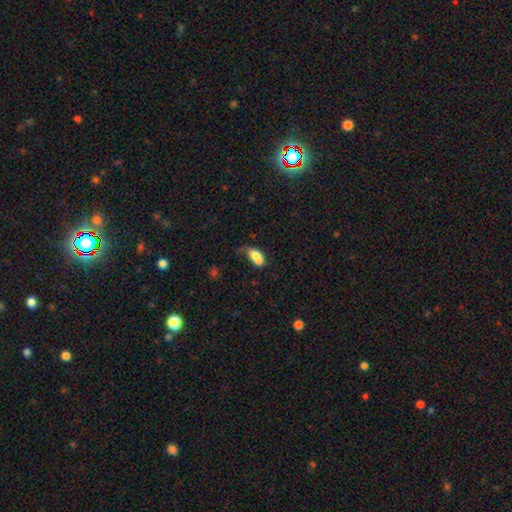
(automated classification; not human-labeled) This appears to be a smooth galaxy with no disk features (77%) that is in between round and cigar-shaped (88%). Merging: none (29%).